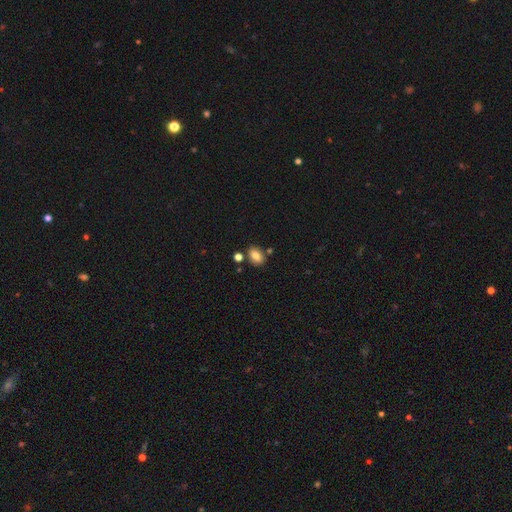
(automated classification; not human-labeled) Q: Smooth or featured?
A: smooth (79%); runner-up: featured or disk (11%)
Q: How rounded?
A: in between (77%); runner-up: round (21%)
Q: Merging?
A: none (76%); runner-up: minor disturbance (11%)